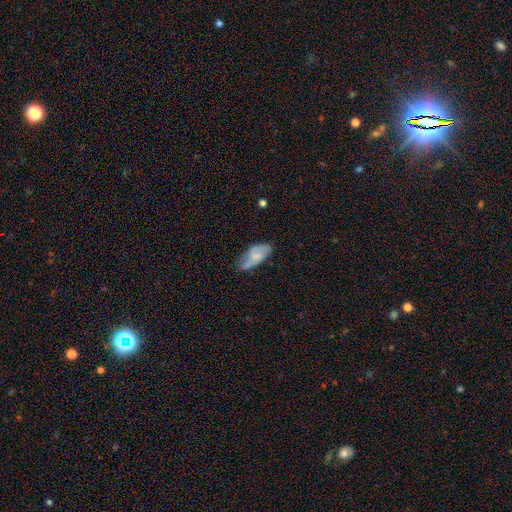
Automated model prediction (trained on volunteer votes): This is possibly a smooth galaxy (57%). How rounded: clearly in between (88%). Merging: possibly none (53%).